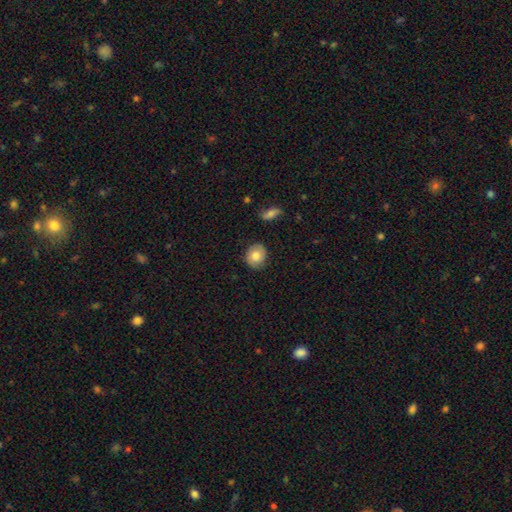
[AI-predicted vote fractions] The model was most divided on "how rounded": round: 68%, in between: 31%, cigar-shaped: 1%. More confident: merging — none (84%); smooth or featured — smooth (76%).